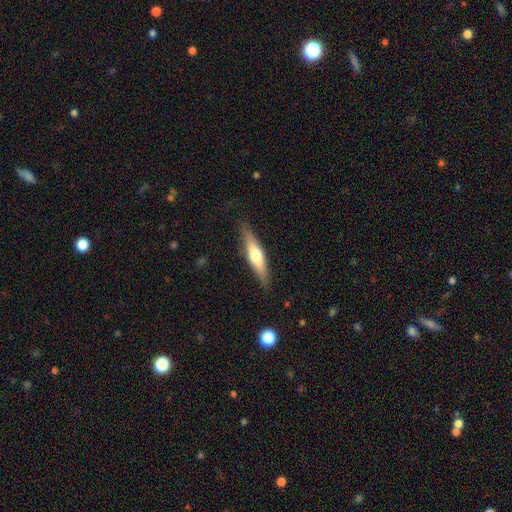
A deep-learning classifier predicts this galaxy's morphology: smooth 47% (tied), featured or disk 47% (tied), star or artifact 6%. Down the decision tree: merging — none (86%).